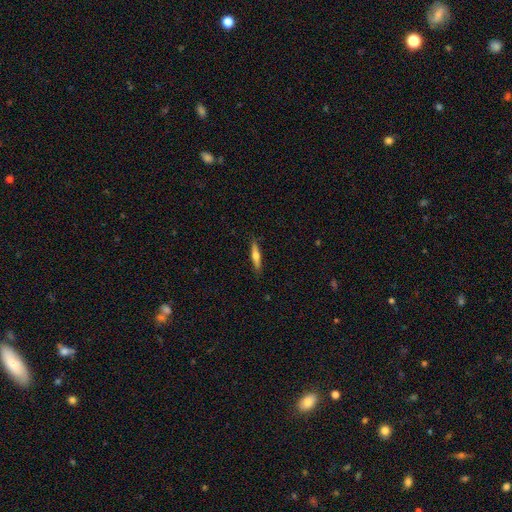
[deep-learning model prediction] A featured or disk galaxy (49%). Merging: none (87%).